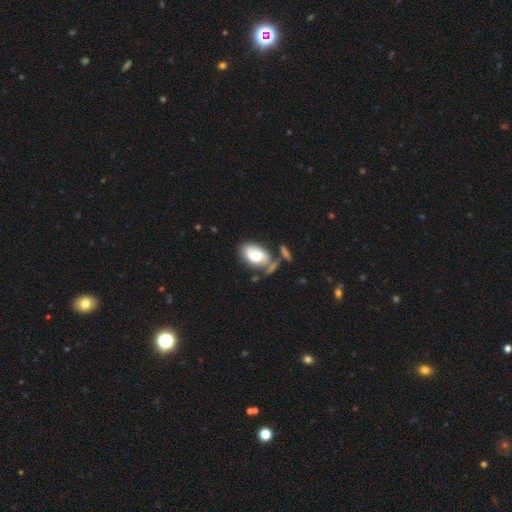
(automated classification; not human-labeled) smooth_or_featured: smooth (p=0.56) [alt: featured or disk p=0.37]
how_rounded: in between (p=0.91) [alt: round p=0.08]
merging: none (p=0.37) [alt: minor disturbance p=0.24]